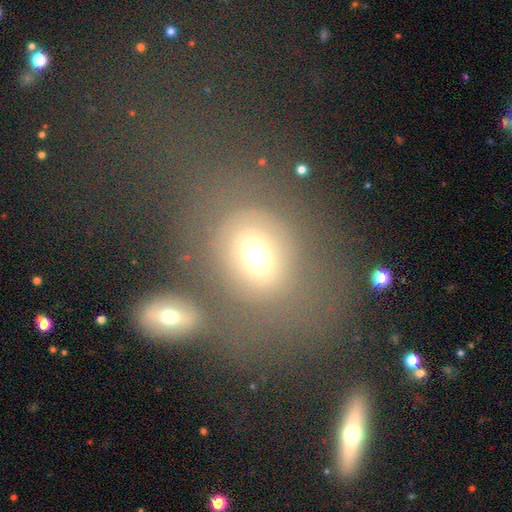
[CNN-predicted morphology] smooth 57%, featured or disk 29%, star or artifact 14%. Down the decision tree: how rounded — in between (61%); merging — none (45%).